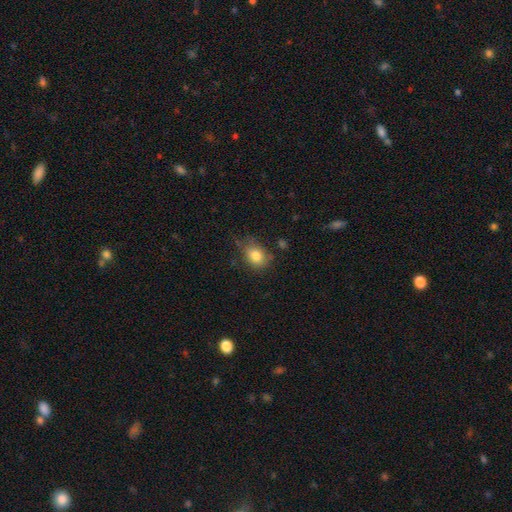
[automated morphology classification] A smooth galaxy with no disk features (81%) that is in between round and cigar-shaped (63%).

Vote fractions:
- Smooth or featured? smooth: 81% / featured or disk: 9% / star or artifact: 9%
- How rounded? in between: 63% / round: 36% / cigar-shaped: 1%
- Merging? none: 63% / minor disturbance: 27% / major disturbance: 7% / merger: 3%